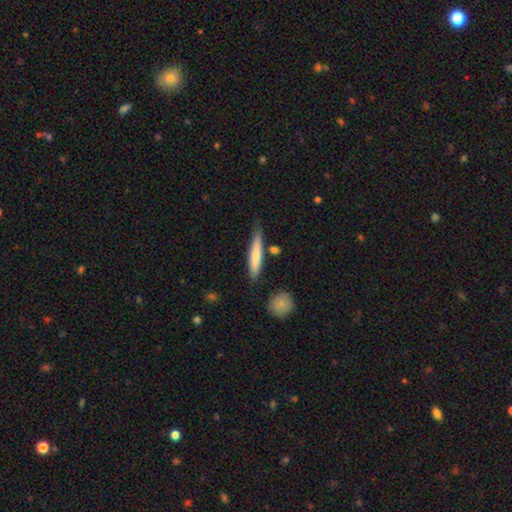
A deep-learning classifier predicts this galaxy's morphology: The model was most divided on "smooth or featured": smooth: 72%, featured or disk: 23%, star or artifact: 5%. More confident: how rounded — cigar-shaped (88%); merging — none (69%).